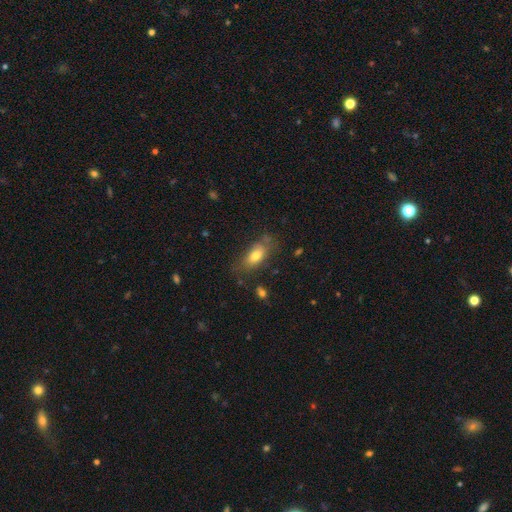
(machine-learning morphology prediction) Overall: smooth (74%). How rounded: in between (84%). Merging: none (65%).